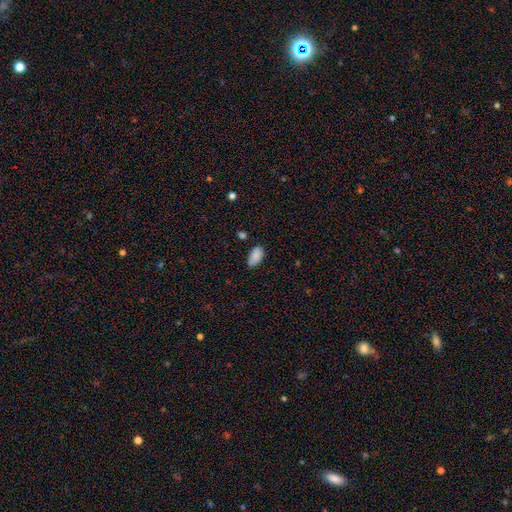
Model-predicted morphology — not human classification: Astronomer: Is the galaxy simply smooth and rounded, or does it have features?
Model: smooth — 88%.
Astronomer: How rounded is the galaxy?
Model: in between — 94%.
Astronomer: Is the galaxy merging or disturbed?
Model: none — 76%.